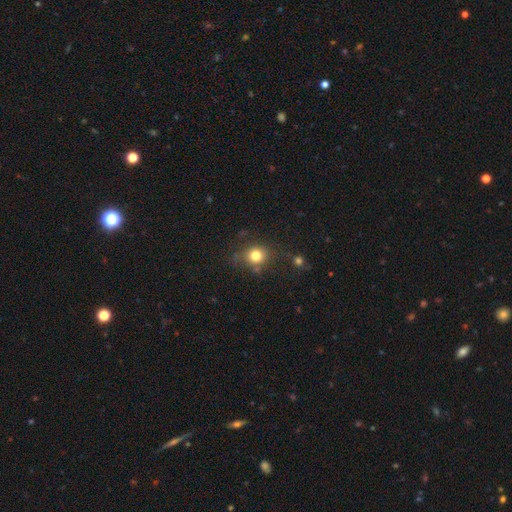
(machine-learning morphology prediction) The model was most divided on "merging": none: 73%, minor disturbance: 16%, major disturbance: 6%, merger: 5%. More confident: smooth or featured — smooth (79%); how rounded — round (78%).